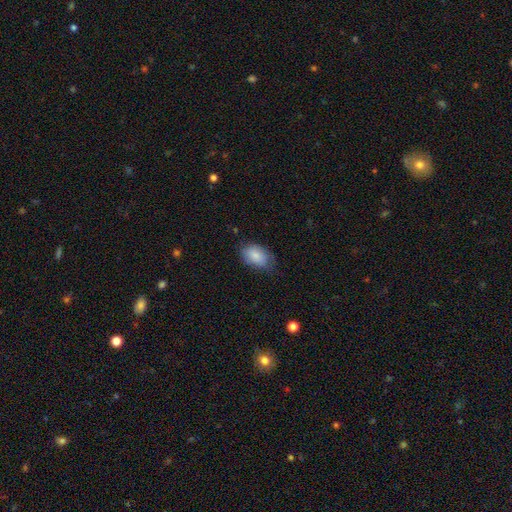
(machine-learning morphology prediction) Overall: smooth (84%). How rounded: in between (89%). Merging: none (64%; minor disturbance 28%).